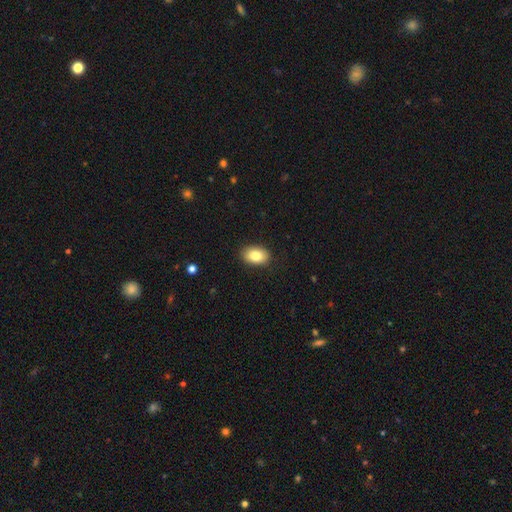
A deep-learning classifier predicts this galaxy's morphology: This is clearly a smooth galaxy (85%). How rounded: clearly in between (86%). Merging: clearly none (89%).